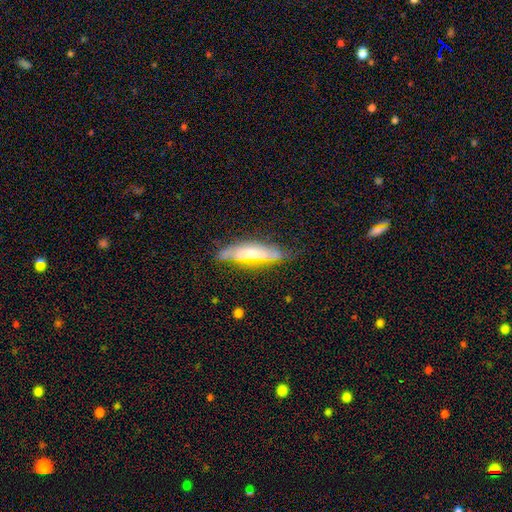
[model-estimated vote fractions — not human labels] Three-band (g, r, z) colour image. It shows a featured or disk galaxy (60%) viewed edge-on (75%). Merging: none (67%).